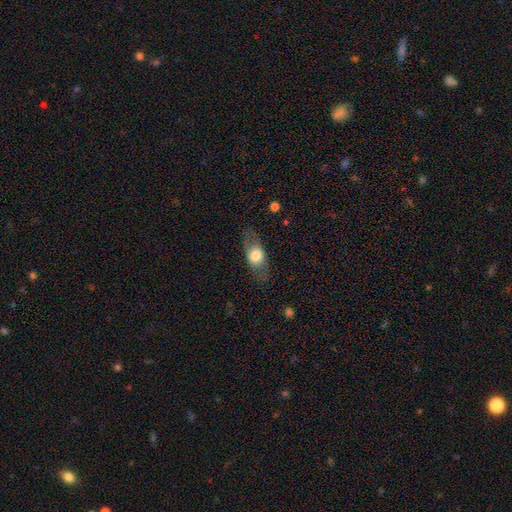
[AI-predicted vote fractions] smooth-or-featured: smooth: 59% | featured or disk: 34% | star or artifact: 7%
  how-rounded: in between: 68% | round: 18% | cigar-shaped: 14%
  merging: none: 77% | minor disturbance: 14% | major disturbance: 7% | merger: 1%